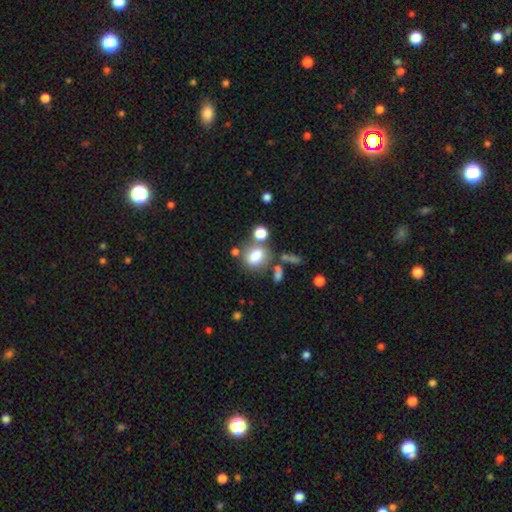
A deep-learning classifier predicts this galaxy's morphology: Smooth or featured? Predicted: smooth (p=0.77). How rounded? Predicted: in between (p=0.52). Merging? Predicted: none (p=0.57).